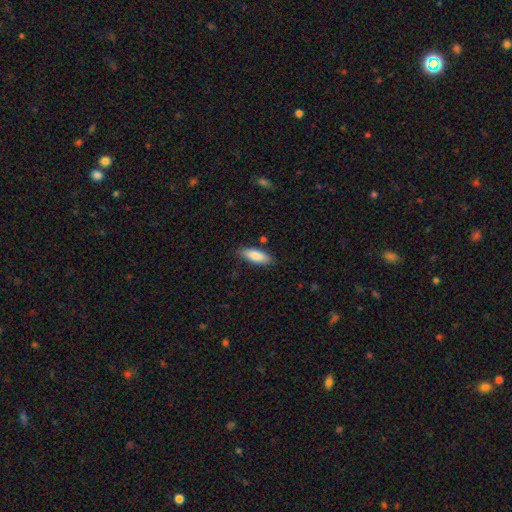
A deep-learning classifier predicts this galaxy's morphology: A smooth galaxy with no disk features (85%) that is in between round and cigar-shaped (65%). Merging: none (84%).